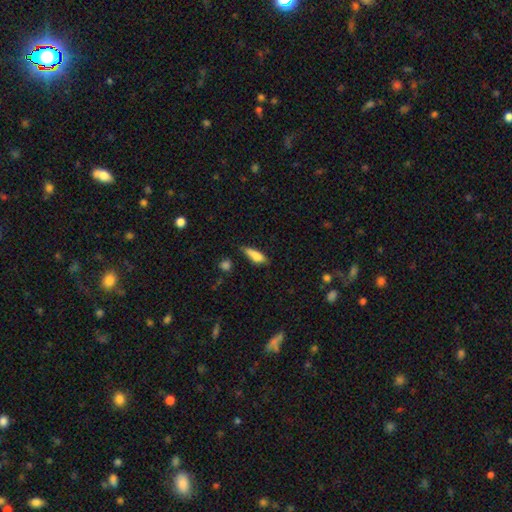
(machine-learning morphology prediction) smooth_or_featured: smooth (p=0.82) [alt: featured or disk p=0.11]
how_rounded: in between (p=0.50) [alt: cigar-shaped p=0.47]
merging: none (p=0.54) [alt: minor disturbance p=0.33]